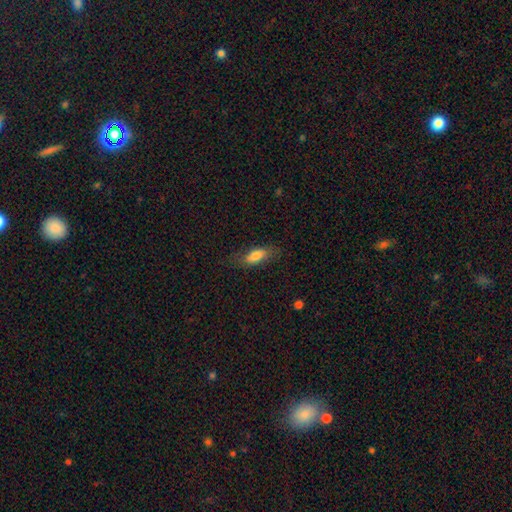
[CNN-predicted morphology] The model was most divided on "merging": none: 72%, minor disturbance: 19%, major disturbance: 8%, merger: 1%. More confident: smooth or featured — smooth (77%); how rounded — in between (75%).